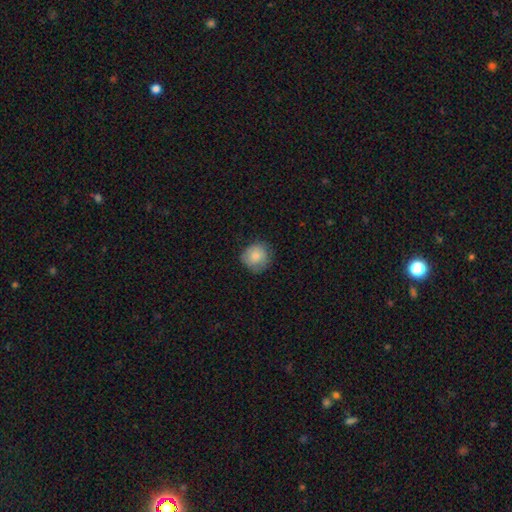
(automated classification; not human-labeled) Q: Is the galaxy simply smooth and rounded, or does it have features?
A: smooth — 80%.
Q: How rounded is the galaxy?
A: round — 90%.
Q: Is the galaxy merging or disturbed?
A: none — 75%.